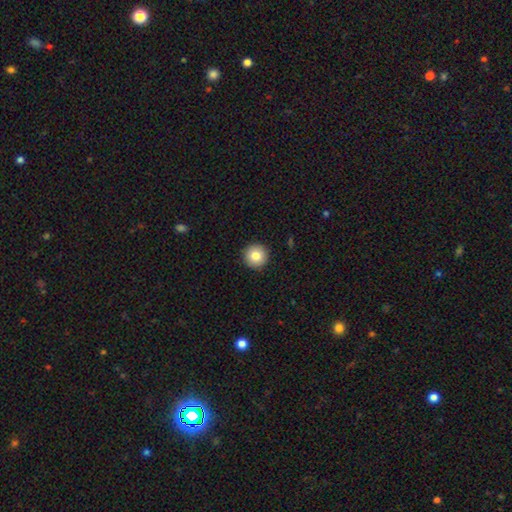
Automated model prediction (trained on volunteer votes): A smooth galaxy with no disk features (82%) that is round (96%). Merging: none (93%).